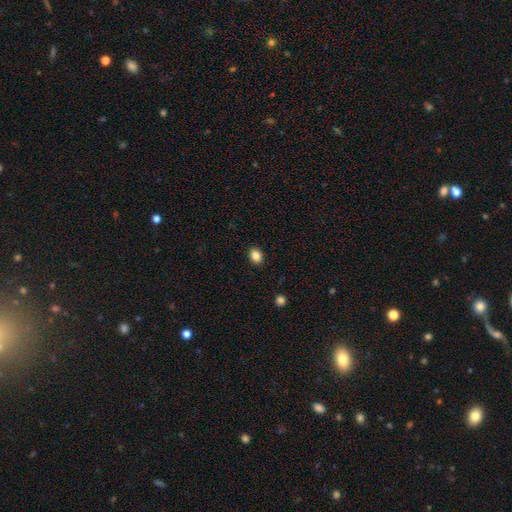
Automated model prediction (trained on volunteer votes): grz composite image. It shows a smooth galaxy with no disk features (85%) that is in between round and cigar-shaped (63%). Merging: none (90%).